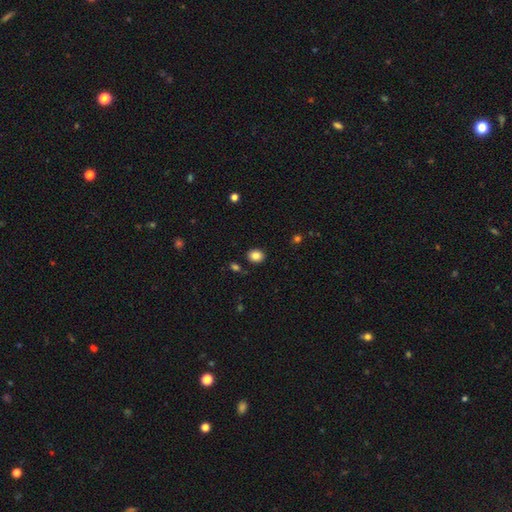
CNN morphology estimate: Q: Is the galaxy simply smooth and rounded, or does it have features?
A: smooth — 86%.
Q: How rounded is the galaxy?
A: round — 58%.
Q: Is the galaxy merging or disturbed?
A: none — 88%.